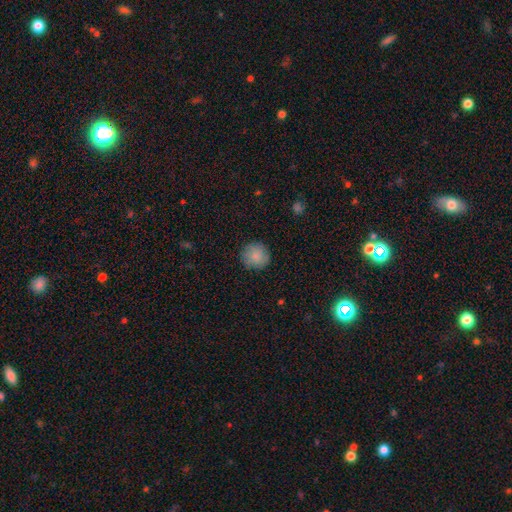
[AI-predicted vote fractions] smooth 86%, star or artifact 8%, featured or disk 7%. Down the decision tree: how rounded — round (93%); merging — none (87%).